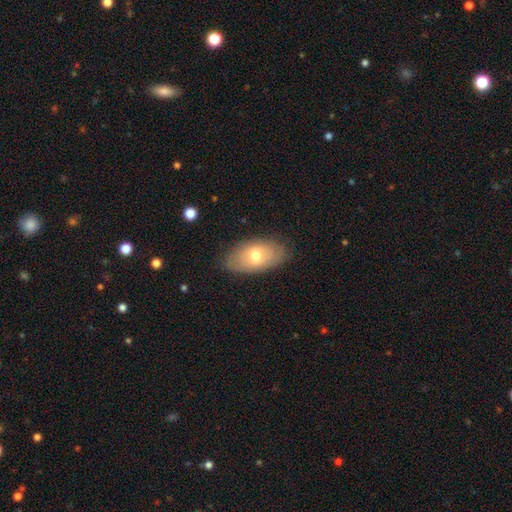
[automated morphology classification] smooth-or-featured: smooth: 65% | featured or disk: 28% | star or artifact: 7%
  how-rounded: in between: 93% | round: 5% | cigar-shaped: 2%
  merging: none: 81% | minor disturbance: 15% | major disturbance: 4% | merger: 1%